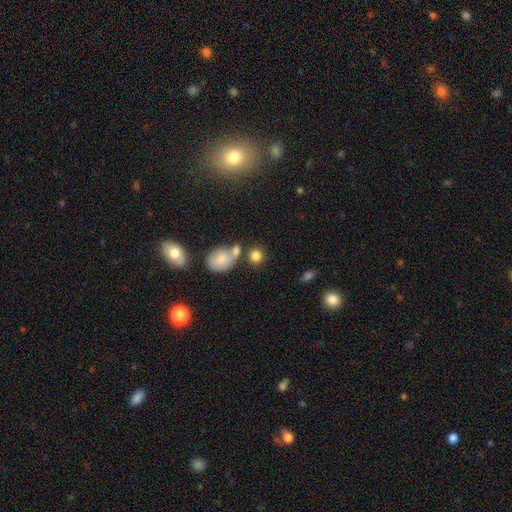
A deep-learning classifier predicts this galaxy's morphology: This appears to be a smooth galaxy with no disk features (81%) that is round (81%). Merging: none (59%).